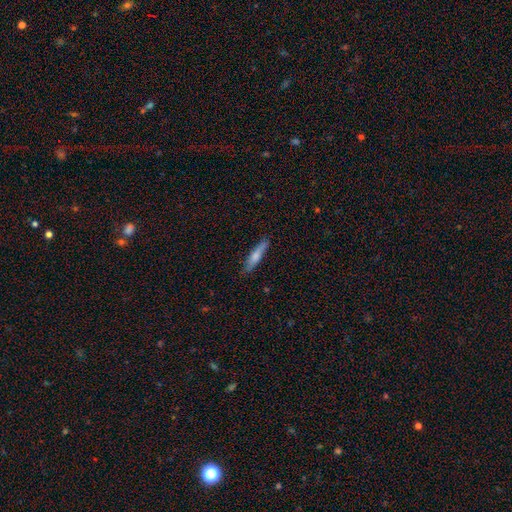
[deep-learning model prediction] Smooth or featured?
  - smooth: 68% *
  - featured or disk: 27%
  - star or artifact: 6%
How rounded?
  - cigar-shaped: 85% *
  - in between: 13%
  - round: 2%
Merging?
  - none: 82% *
  - minor disturbance: 14%
  - major disturbance: 2%
  - merger: 1%